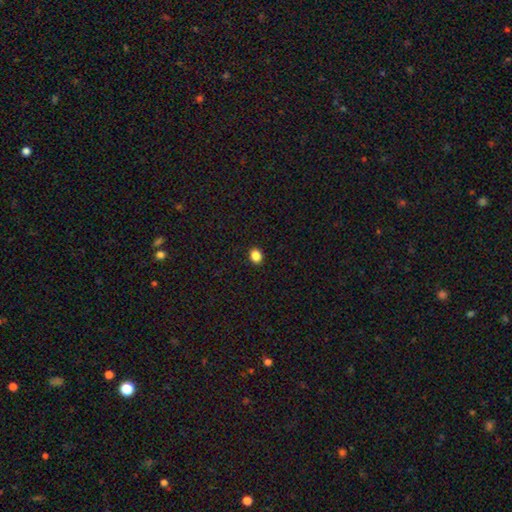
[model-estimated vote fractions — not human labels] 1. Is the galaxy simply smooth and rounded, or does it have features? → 86% smooth, 11% star or artifact, 3% featured or disk.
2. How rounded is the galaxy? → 61% round, 38% in between, 1% cigar-shaped.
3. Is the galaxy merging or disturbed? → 92% none, 6% minor disturbance, 2% major disturbance, 1% merger.